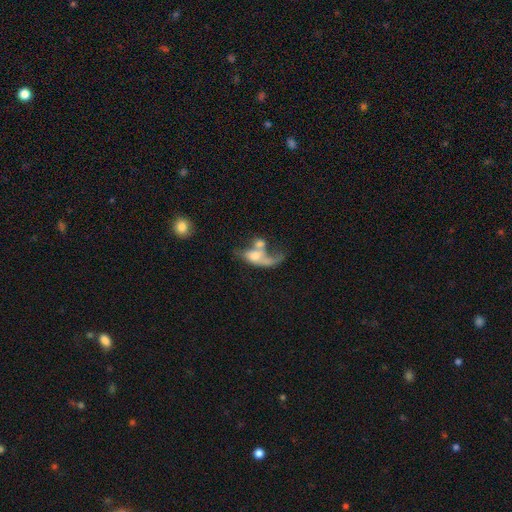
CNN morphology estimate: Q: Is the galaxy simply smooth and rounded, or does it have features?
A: featured or disk — 51%.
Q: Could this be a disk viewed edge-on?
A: no — 90%.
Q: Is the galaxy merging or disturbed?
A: merger — 49%.